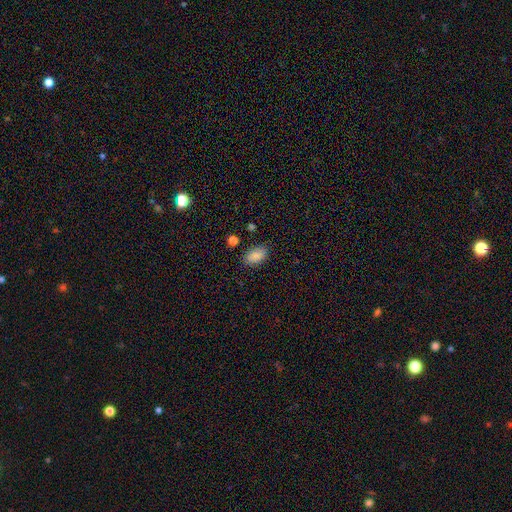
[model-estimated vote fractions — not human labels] A smooth galaxy with no disk features (87%) that is in between round and cigar-shaped (92%).

Vote fractions:
- Smooth or featured? smooth: 87% / star or artifact: 8% / featured or disk: 5%
- How rounded? in between: 92% / round: 6% / cigar-shaped: 2%
- Merging? none: 82% / minor disturbance: 13% / major disturbance: 3% / merger: 2%